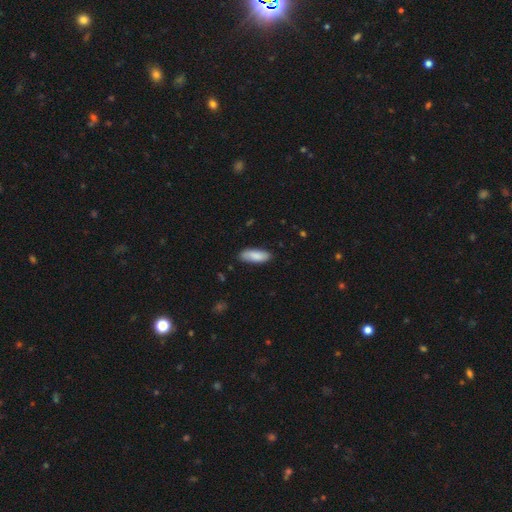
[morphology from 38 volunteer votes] A smooth galaxy with no disk features (97%) that is in between round and cigar-shaped (73%). Merging: none (84%).